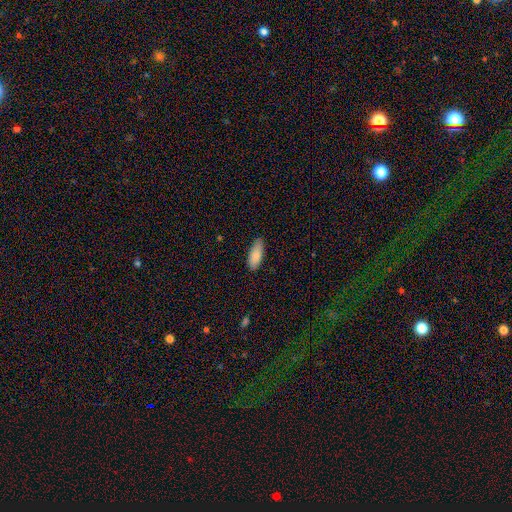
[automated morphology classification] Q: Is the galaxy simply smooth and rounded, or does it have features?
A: smooth — 87%.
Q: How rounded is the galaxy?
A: in between — 77%.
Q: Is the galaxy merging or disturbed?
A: none — 81%.